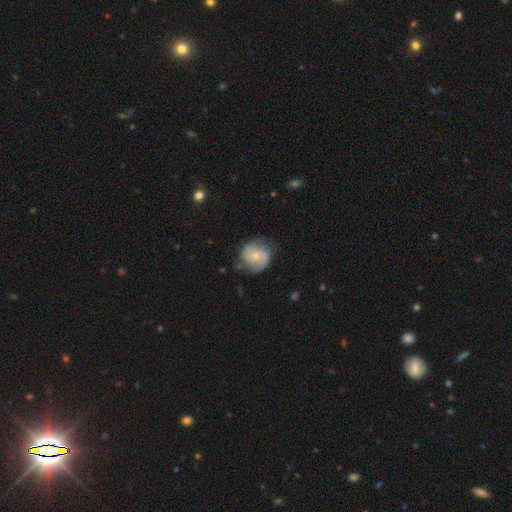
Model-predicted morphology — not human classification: A featured or disk galaxy (61%) with no bar (61%), 2 (82%) medium (44%) spiral arms (87%) and a small central bulge (55%). Merging: none (71%).